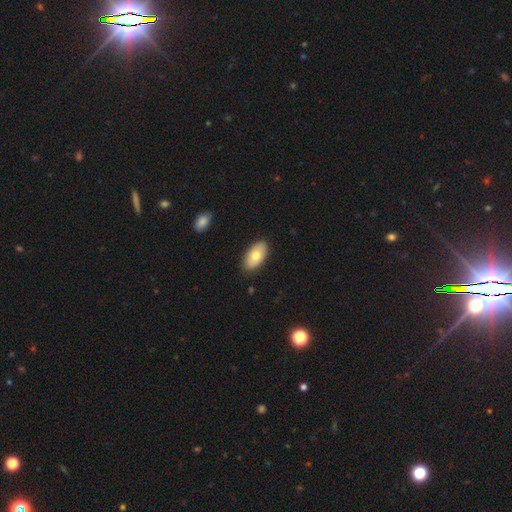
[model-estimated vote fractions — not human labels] A smooth galaxy with no disk features (72%) that is in between round and cigar-shaped (94%).

Vote fractions:
- Smooth or featured? smooth: 72% / featured or disk: 22% / star or artifact: 6%
- How rounded? in between: 94% / round: 4% / cigar-shaped: 2%
- Merging? none: 87% / minor disturbance: 10% / major disturbance: 2% / merger: 1%